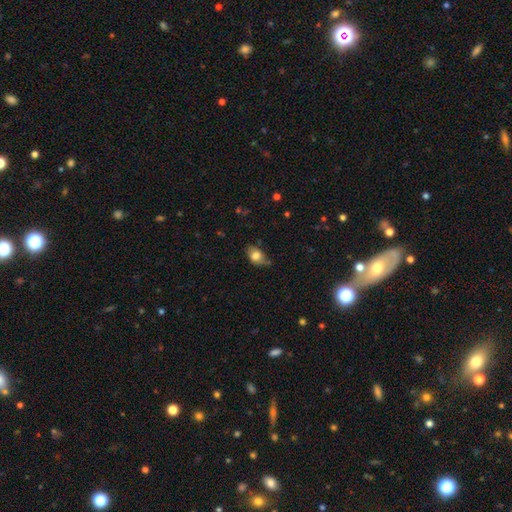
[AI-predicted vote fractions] Smooth or featured? smooth (77%)
How rounded? in between (77%)
Merging? none (52%)